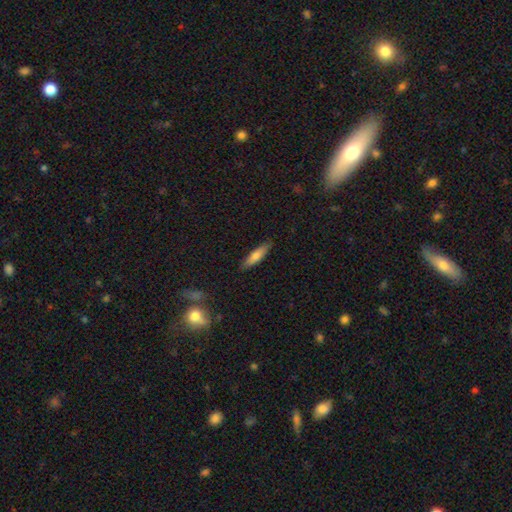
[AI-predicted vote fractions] This is likely a smooth galaxy (68%). How rounded: likely cigar-shaped (75%). Merging: clearly none (88%).